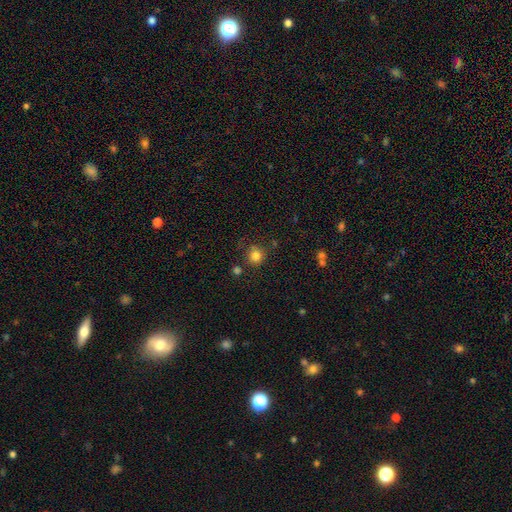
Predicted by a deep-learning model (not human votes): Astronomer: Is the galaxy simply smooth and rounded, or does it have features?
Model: smooth — 82%.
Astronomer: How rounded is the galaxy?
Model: round — 91%.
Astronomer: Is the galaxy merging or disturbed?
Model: none — 78%.